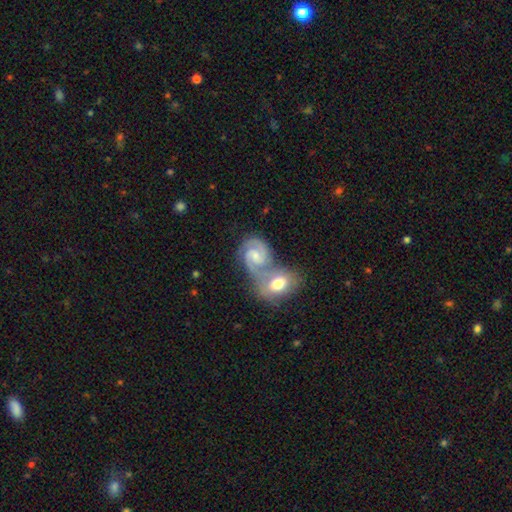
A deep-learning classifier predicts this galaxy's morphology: Smooth or featured: featured or disk — 85% (smooth — 10%)
Edge-on disk: no — 98% (yes — 2%)
Bar: weak — 46% (no — 44%)
Spiral arms: yes — 97% (no — 3%)
Spiral winding: medium — 55% (tight — 34%)
Spiral arm count: 2 — 89% (can't tell — 4%)
Bulge size: small — 50% (moderate — 34%)
Merging: merger — 55% (none — 30%)